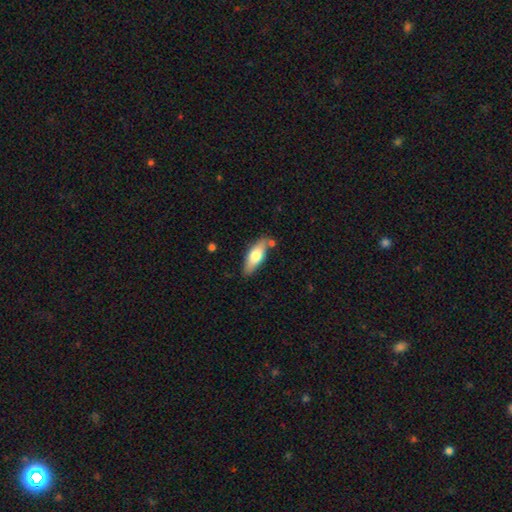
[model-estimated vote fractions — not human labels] The model was most divided on "how rounded": in between: 65%, cigar-shaped: 33%, round: 2%. More confident: merging — none (76%); smooth or featured — smooth (64%).